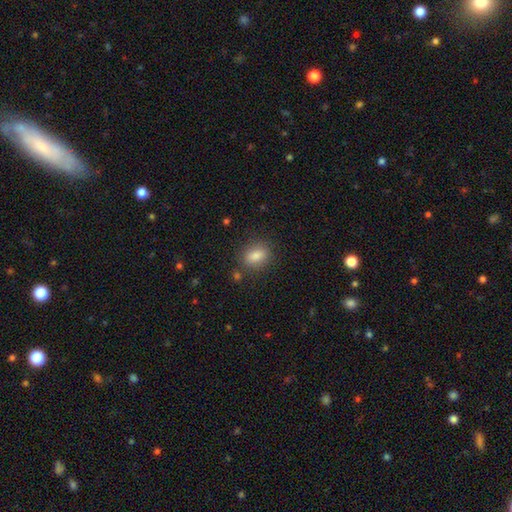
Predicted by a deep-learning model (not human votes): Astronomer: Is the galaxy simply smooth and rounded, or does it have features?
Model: smooth — 82%.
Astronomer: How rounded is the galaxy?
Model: in between — 74%.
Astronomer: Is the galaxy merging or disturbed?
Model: none — 84%.